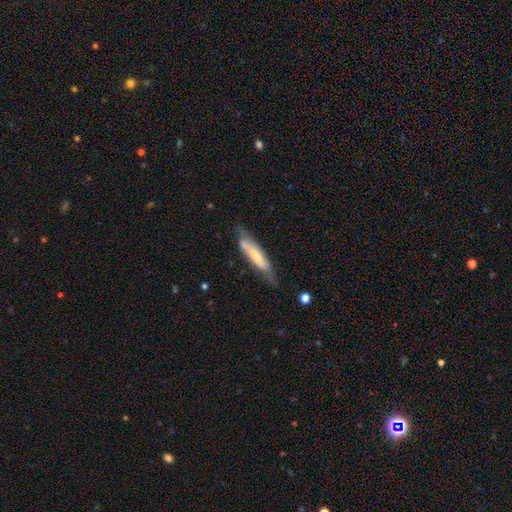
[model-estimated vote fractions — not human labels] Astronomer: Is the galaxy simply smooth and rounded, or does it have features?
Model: smooth — 48% (runner-up: featured or disk, 46%).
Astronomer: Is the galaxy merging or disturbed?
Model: none — 64%.